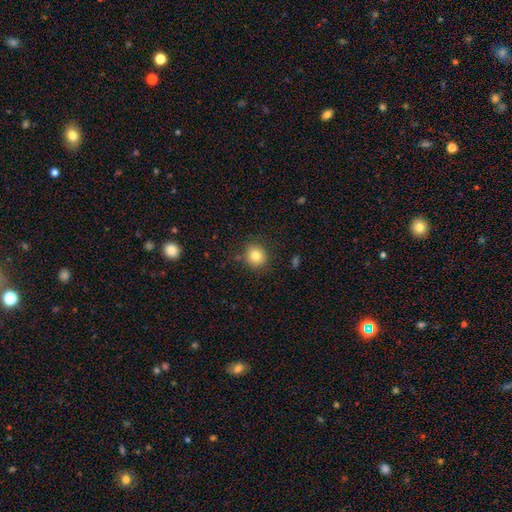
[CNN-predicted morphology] The model was most divided on "how rounded": round: 81%, in between: 18%, cigar-shaped: 1%. More confident: merging — none (84%); smooth or featured — smooth (82%).